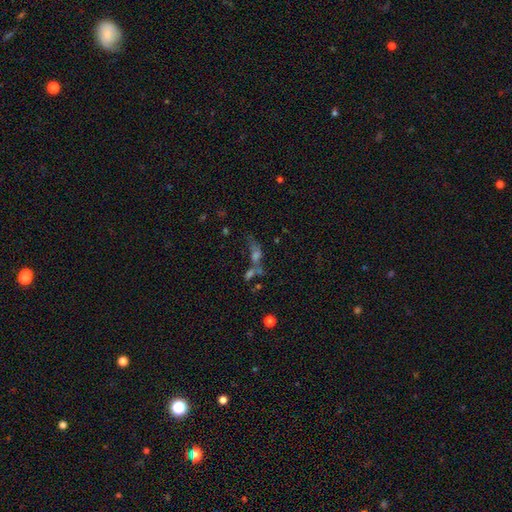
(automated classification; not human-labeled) The model was most divided on "smooth or featured": smooth: 36%, featured or disk: 33%, star or artifact: 31%. Remaining: merging — merger (40%).